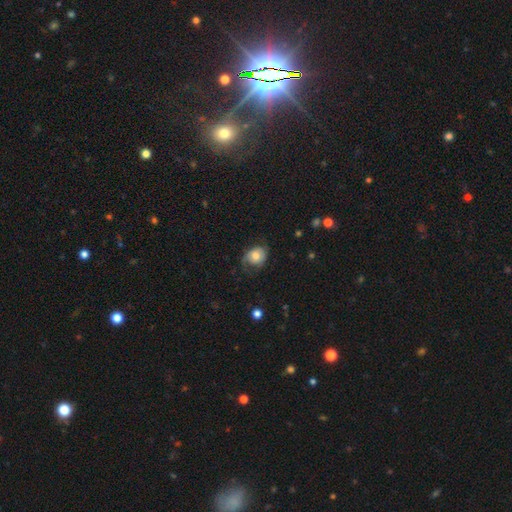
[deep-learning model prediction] This appears to be a smooth galaxy with no disk features (63%) that is in between round and cigar-shaped (50%). Merging: none (52%).